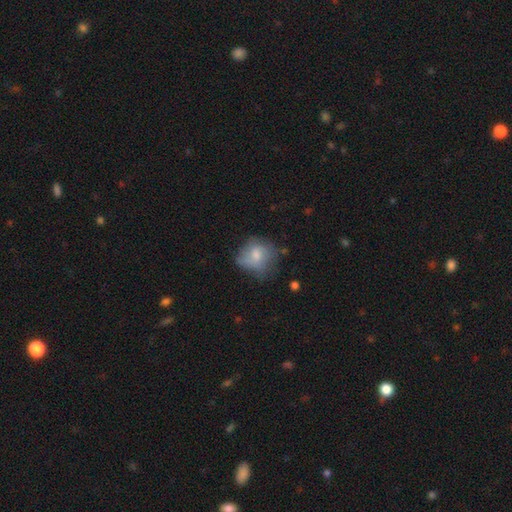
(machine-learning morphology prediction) Smooth or featured? smooth (66%)
How rounded? round (65%)
Merging? none (46%)